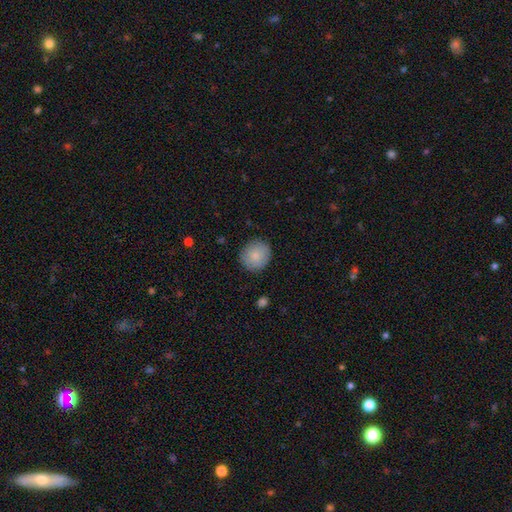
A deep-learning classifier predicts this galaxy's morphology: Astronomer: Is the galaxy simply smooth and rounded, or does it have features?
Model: smooth — 85%.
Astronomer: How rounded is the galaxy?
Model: round — 88%.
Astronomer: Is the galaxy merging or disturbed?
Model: none — 87%.